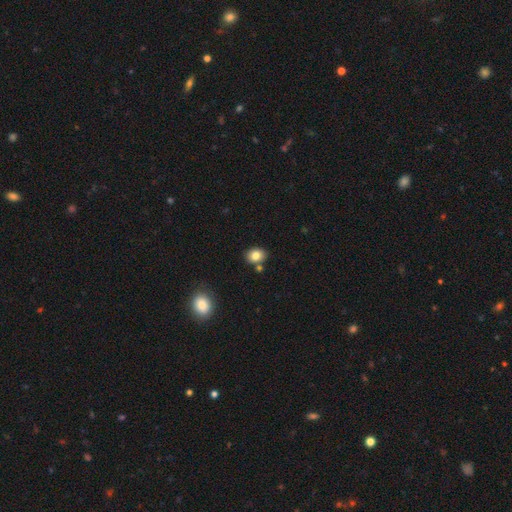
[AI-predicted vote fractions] This appears to be a smooth galaxy with no disk features (82%) that is in between round and cigar-shaped (55%). Merging: none (77%).